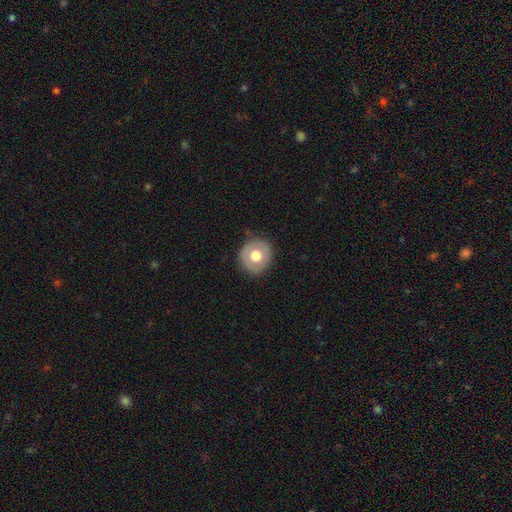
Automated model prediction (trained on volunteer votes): Q: Smooth or featured?
A: smooth (61%); runner-up: featured or disk (31%)
Q: How rounded?
A: round (89%); runner-up: in between (10%)
Q: Merging?
A: none (86%); runner-up: minor disturbance (10%)